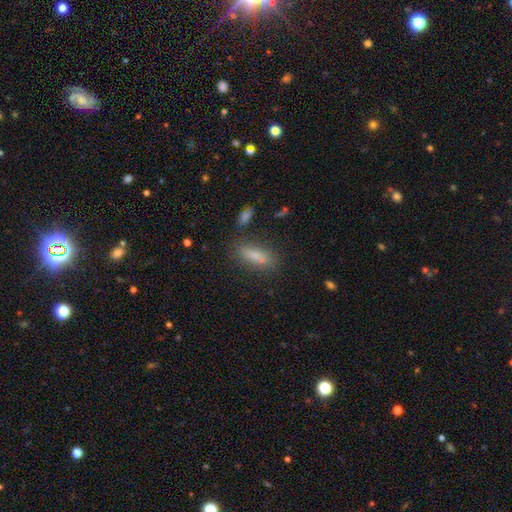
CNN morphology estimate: smooth_or_featured: smooth (p=0.79) [alt: featured or disk p=0.11]
how_rounded: in between (p=0.58) [alt: cigar-shaped p=0.39]
merging: none (p=0.76) [alt: minor disturbance p=0.14]